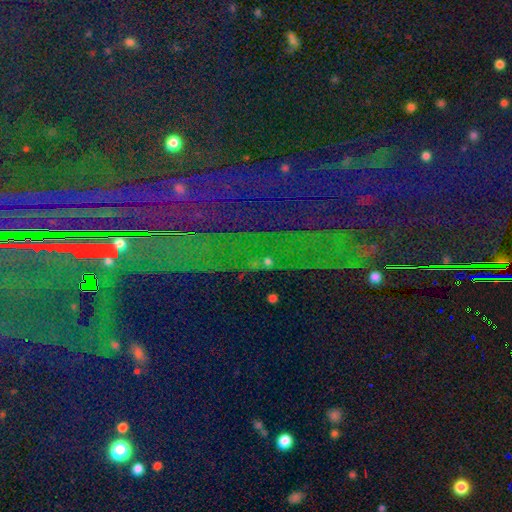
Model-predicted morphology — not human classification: Smooth or featured?
  - star or artifact: 84% *
  - smooth: 8%
  - featured or disk: 8%